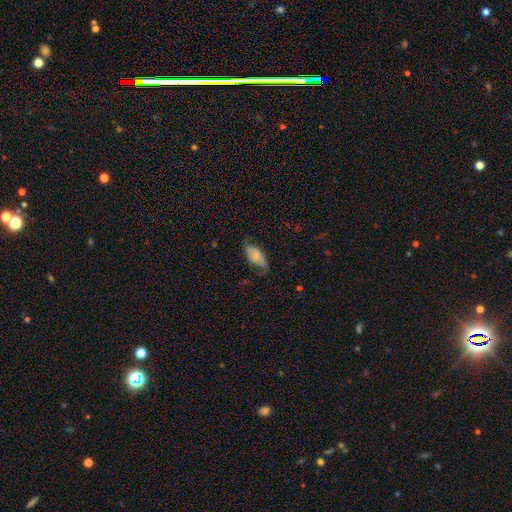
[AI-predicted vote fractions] Overall: smooth (49%; featured or disk 43%). Merging: none (56%; minor disturbance 28%).